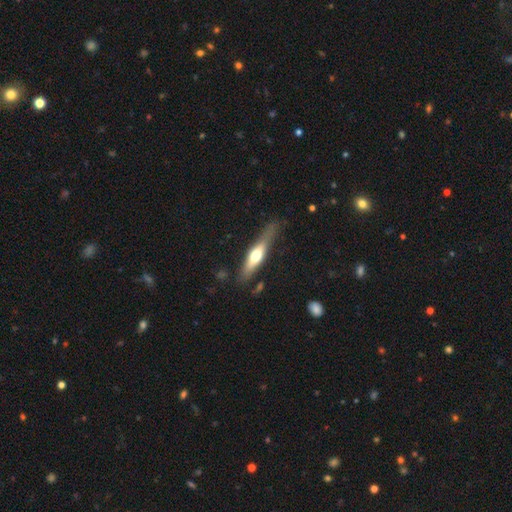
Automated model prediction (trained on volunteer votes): Smooth or featured? Predicted: featured or disk (p=0.49). Merging? Predicted: none (p=0.70).